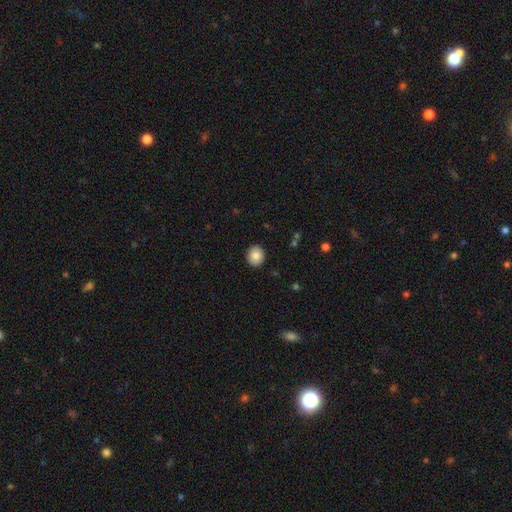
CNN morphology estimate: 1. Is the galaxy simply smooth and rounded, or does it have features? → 83% smooth, 9% featured or disk, 8% star or artifact.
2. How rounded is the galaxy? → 77% round, 22% in between, 1% cigar-shaped.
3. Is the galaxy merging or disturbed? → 90% none, 7% minor disturbance, 2% major disturbance, 1% merger.